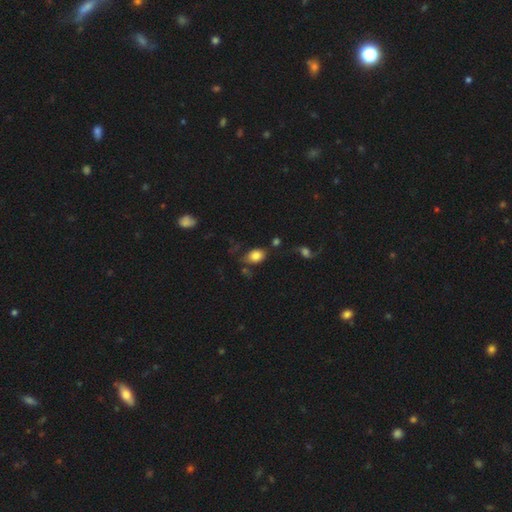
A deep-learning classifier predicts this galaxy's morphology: smooth 82%, featured or disk 10%, star or artifact 9%. Down the decision tree: how rounded — in between (76%); merging — none (56%).